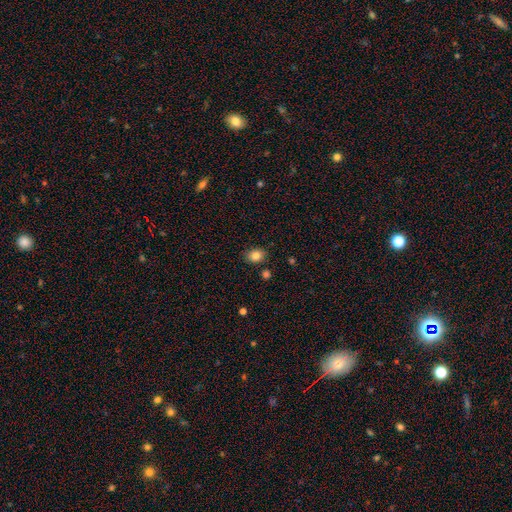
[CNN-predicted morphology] A smooth galaxy with no disk features (84%) that is in between round and cigar-shaped (57%).

Vote fractions:
- Smooth or featured? smooth: 84% / star or artifact: 10% / featured or disk: 6%
- How rounded? in between: 57% / round: 42% / cigar-shaped: 1%
- Merging? none: 84% / minor disturbance: 11% / merger: 3% / major disturbance: 2%